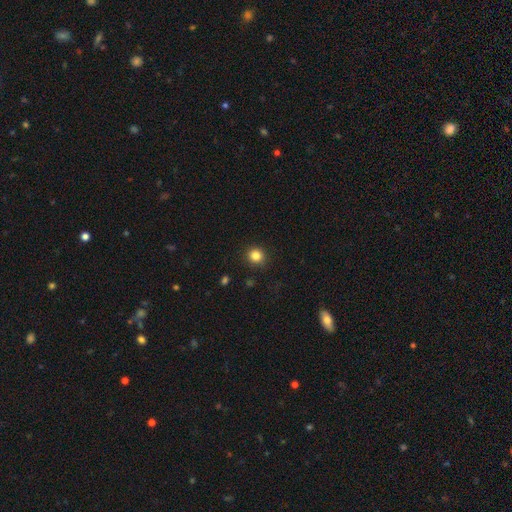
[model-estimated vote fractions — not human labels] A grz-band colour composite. It shows a smooth galaxy with no disk features (84%) that is round (91%). Merging: none (90%).